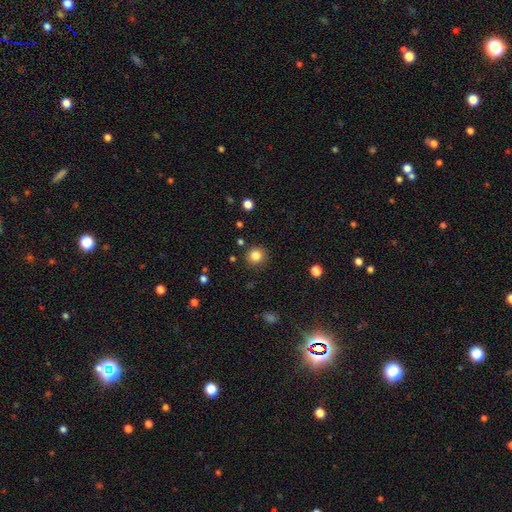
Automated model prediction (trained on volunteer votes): Smooth or featured? Predicted: smooth (p=0.83). How rounded? Predicted: round (p=0.92). Merging? Predicted: none (p=0.89).